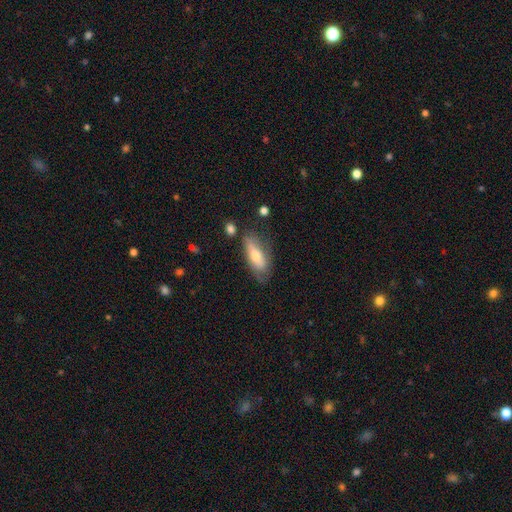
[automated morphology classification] Smooth or featured?
  - smooth: 56% *
  - featured or disk: 37%
  - star or artifact: 7%
How rounded?
  - in between: 67% *
  - cigar-shaped: 30%
  - round: 3%
Merging?
  - none: 61% *
  - minor disturbance: 26%
  - major disturbance: 9%
  - merger: 4%